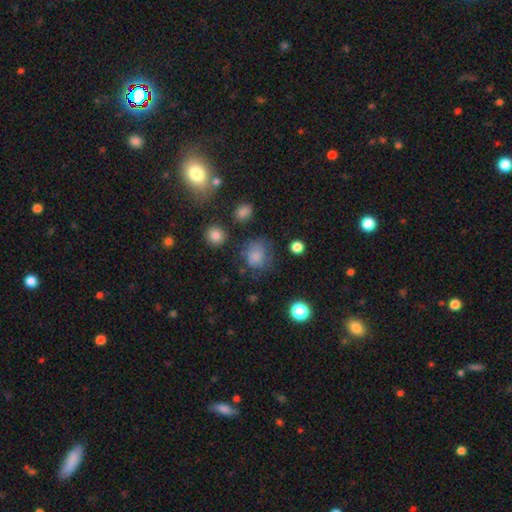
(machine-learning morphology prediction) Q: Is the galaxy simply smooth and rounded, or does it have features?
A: smooth — 75%.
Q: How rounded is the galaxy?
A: round — 67%.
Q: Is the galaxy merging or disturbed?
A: none — 55%.